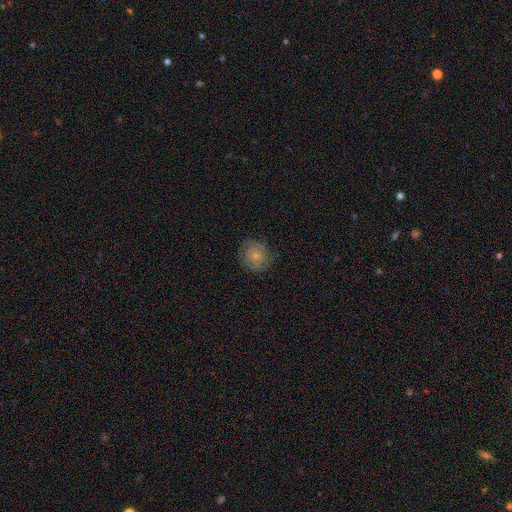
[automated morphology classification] Smooth or featured? smooth (60%)
How rounded? round (85%)
Merging? none (76%)